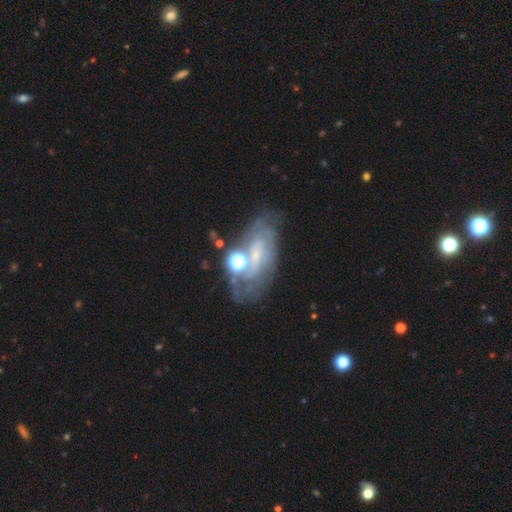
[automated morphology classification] Smooth or featured? Predicted: featured or disk (p=0.65). Edge-on disk? Predicted: no (p=0.92). Bar? Predicted: no (p=0.55). Spiral arms? Predicted: yes (p=0.72). Bulge size? Predicted: small (p=0.51). Merging? Predicted: none (p=0.53).